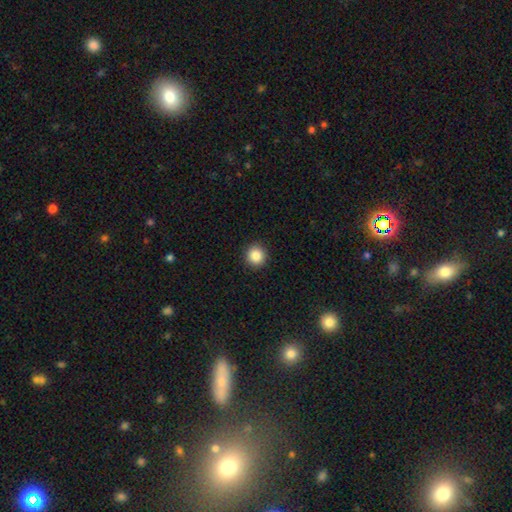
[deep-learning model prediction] Smooth or featured: smooth — 86% (star or artifact — 10%)
How rounded: round — 93% (in between — 7%)
Merging: none — 92% (minor disturbance — 5%)